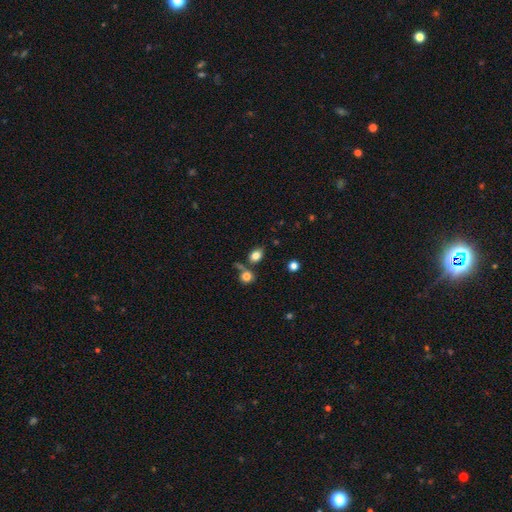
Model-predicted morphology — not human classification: smooth_or_featured: smooth (p=0.80) [alt: star or artifact p=0.11]
how_rounded: in between (p=0.71) [alt: round p=0.27]
merging: none (p=0.66) [alt: merger p=0.17]